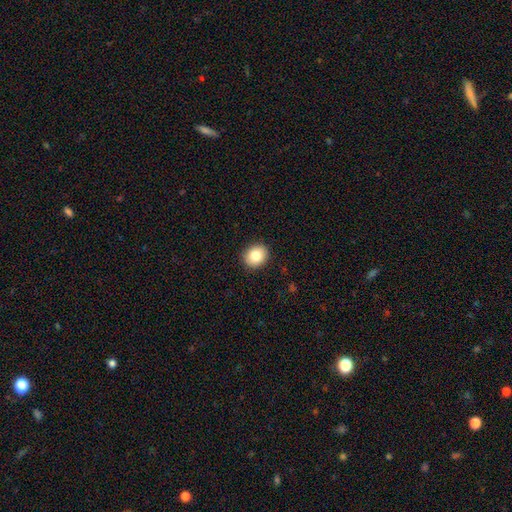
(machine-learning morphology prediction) Smooth or featured: smooth — 82% (star or artifact — 9%)
How rounded: round — 65% (in between — 34%)
Merging: none — 91% (minor disturbance — 6%)